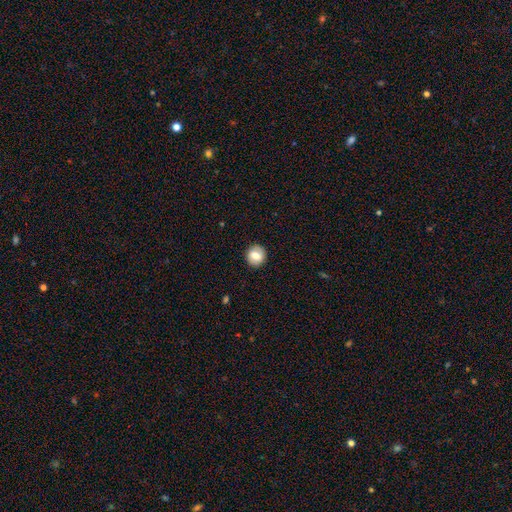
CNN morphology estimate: A smooth galaxy with no disk features (76%) that is round (85%).

Vote fractions:
- Smooth or featured? smooth: 76% / featured or disk: 16% / star or artifact: 8%
- How rounded? round: 85% / in between: 14% / cigar-shaped: 1%
- Merging? none: 89% / minor disturbance: 8% / major disturbance: 2% / merger: 1%